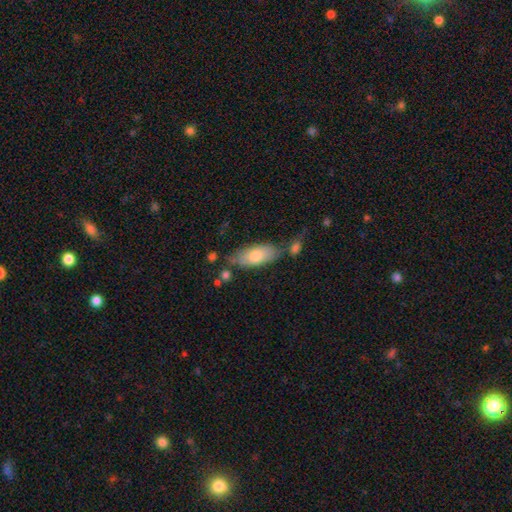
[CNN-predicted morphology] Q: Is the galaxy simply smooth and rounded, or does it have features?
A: smooth — 74%.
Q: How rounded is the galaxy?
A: in between — 81%.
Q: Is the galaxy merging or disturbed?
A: none — 63%.